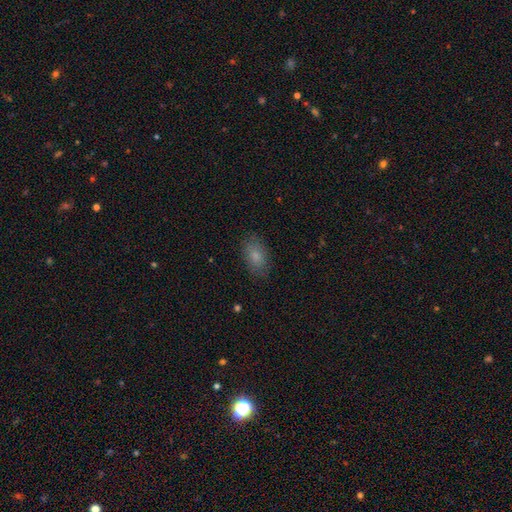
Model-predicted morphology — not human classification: smooth-or-featured: smooth: 80% | featured or disk: 11% | star or artifact: 9%
  how-rounded: in between: 89% | round: 9% | cigar-shaped: 2%
  merging: none: 83% | minor disturbance: 13% | major disturbance: 3% | merger: 1%